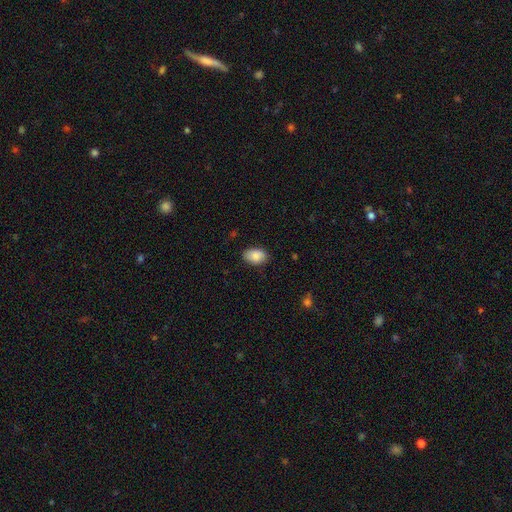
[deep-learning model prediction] This is clearly a smooth galaxy (87%). How rounded: clearly in between (89%). Merging: clearly none (82%).